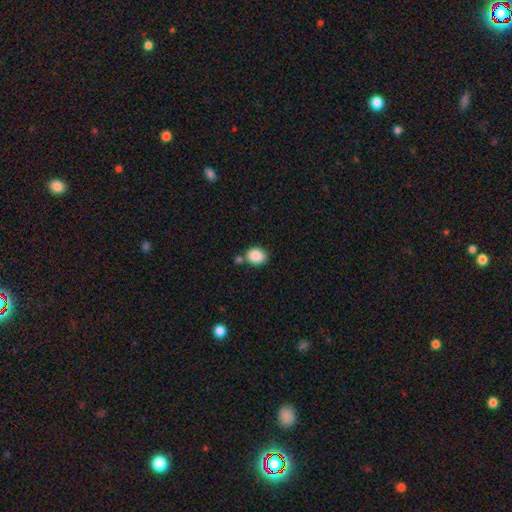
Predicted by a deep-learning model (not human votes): smooth-or-featured: smooth: 88% | star or artifact: 8% | featured or disk: 4%
  how-rounded: in between: 52% | round: 47% | cigar-shaped: 1%
  merging: none: 69% | minor disturbance: 14% | merger: 13% | major disturbance: 4%